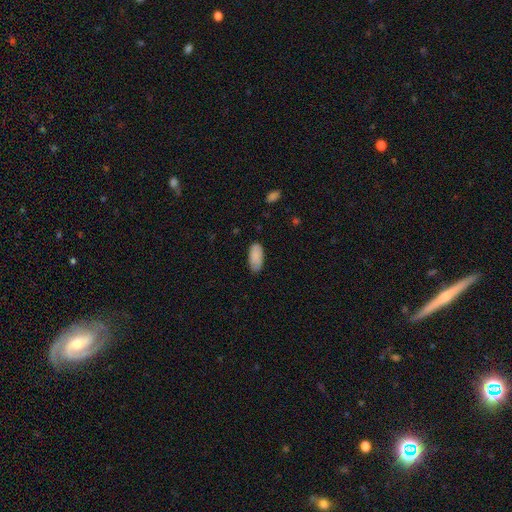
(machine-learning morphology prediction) Smooth or featured: smooth — 89% (star or artifact — 6%)
How rounded: in between — 92% (cigar-shaped — 7%)
Merging: none — 79% (minor disturbance — 17%)